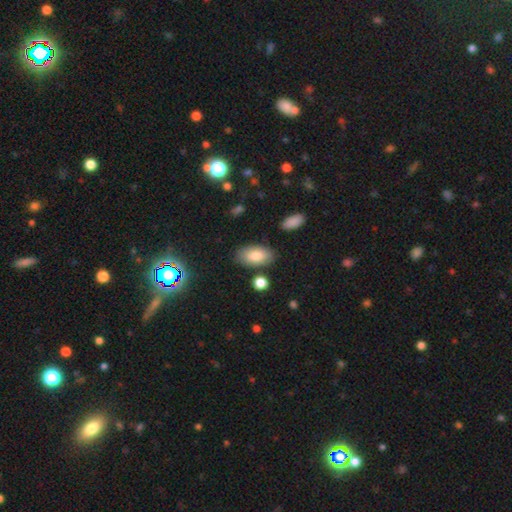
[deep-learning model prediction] Morphology: type=smooth (84%); roundness=in between (94%); merging=none (80%).